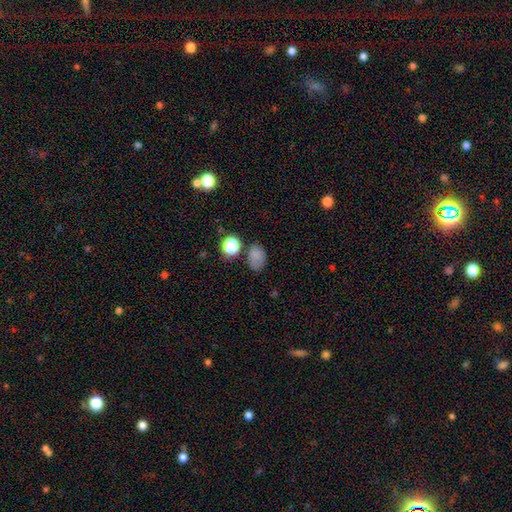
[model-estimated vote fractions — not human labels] A smooth galaxy with no disk features (76%) that is in between round and cigar-shaped (71%).

Vote fractions:
- Smooth or featured? smooth: 76% / star or artifact: 15% / featured or disk: 9%
- How rounded? in between: 71% / round: 28% / cigar-shaped: 1%
- Merging? none: 67% / minor disturbance: 19% / merger: 8% / major disturbance: 6%